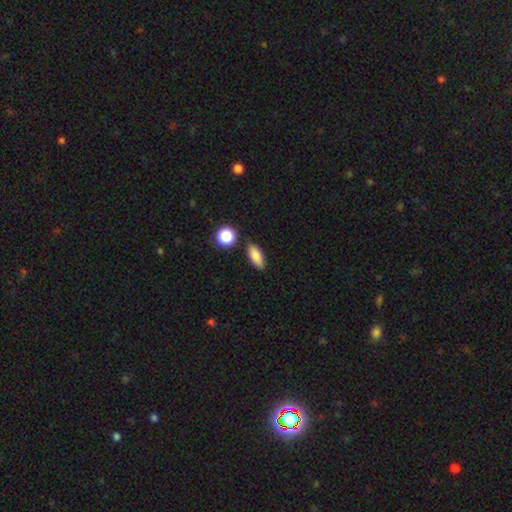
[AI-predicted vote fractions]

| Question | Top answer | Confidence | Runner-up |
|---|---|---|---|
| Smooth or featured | smooth | 85% | star or artifact (8%) |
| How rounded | in between | 78% | cigar-shaped (16%) |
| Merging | none | 83% | minor disturbance (10%) |